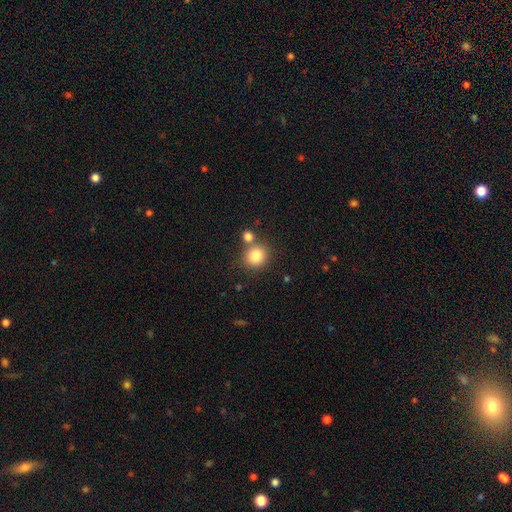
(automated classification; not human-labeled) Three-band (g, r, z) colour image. It shows a smooth galaxy with no disk features (82%) that is round (86%). Merging: none (67%).